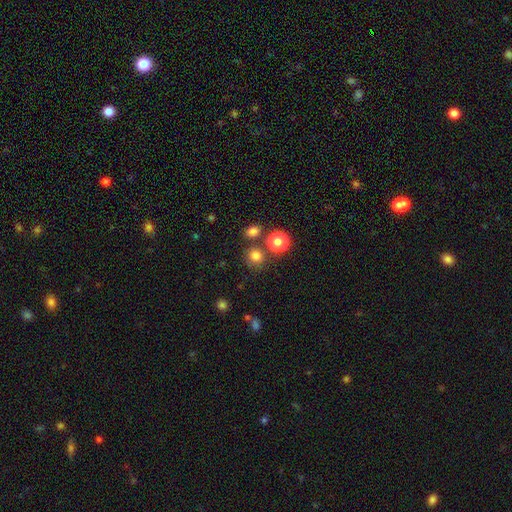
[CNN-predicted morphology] smooth-or-featured: smooth: 78% | star or artifact: 16% | featured or disk: 5%
  how-rounded: round: 87% | in between: 13% | cigar-shaped: 1%
  merging: none: 75% | merger: 12% | minor disturbance: 9% | major disturbance: 4%